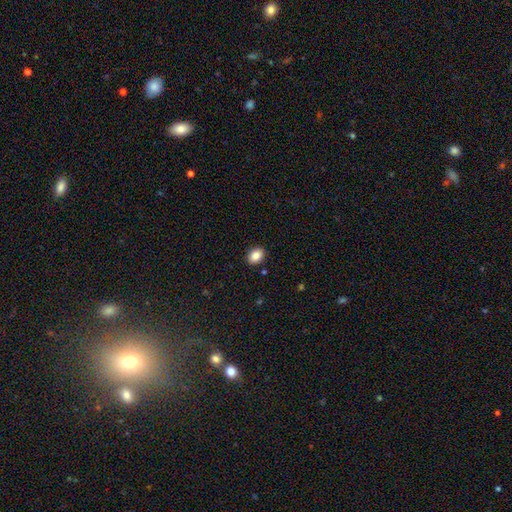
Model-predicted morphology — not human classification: smooth_or_featured: smooth (p=0.86) [alt: star or artifact p=0.09]
how_rounded: in between (p=0.70) [alt: round p=0.29]
merging: none (p=0.90) [alt: minor disturbance p=0.07]